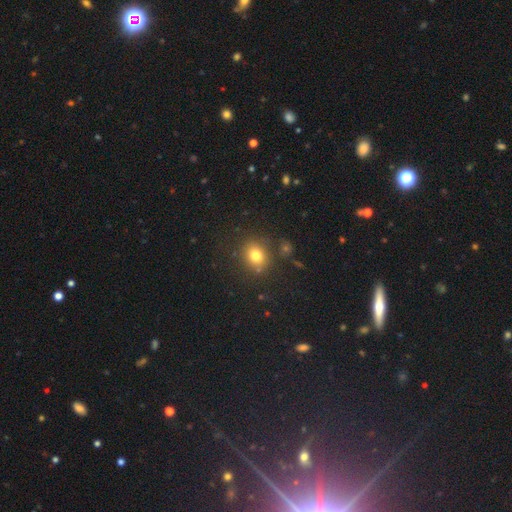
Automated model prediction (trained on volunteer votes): The model was most divided on "how rounded": round: 69%, in between: 30%, cigar-shaped: 1%. More confident: merging — none (80%); smooth or featured — smooth (77%).